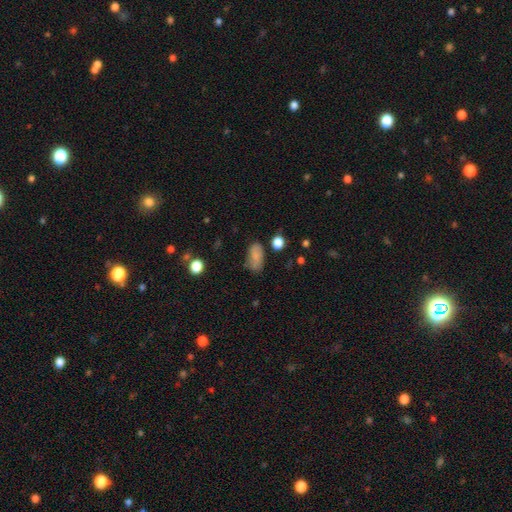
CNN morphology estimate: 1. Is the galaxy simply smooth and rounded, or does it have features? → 79% smooth, 11% featured or disk, 10% star or artifact.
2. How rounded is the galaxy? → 90% in between, 6% round, 4% cigar-shaped.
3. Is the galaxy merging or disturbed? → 60% none, 27% minor disturbance, 8% major disturbance, 4% merger.